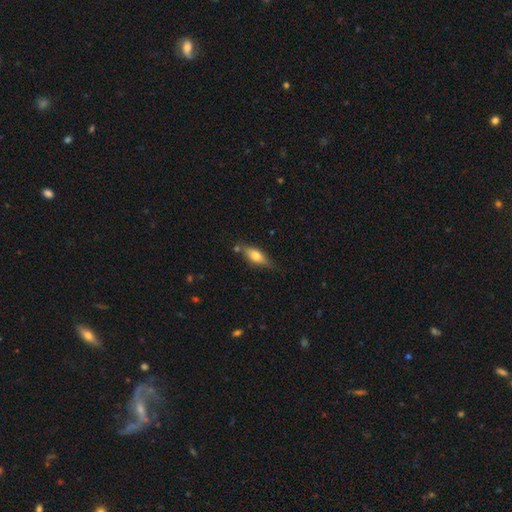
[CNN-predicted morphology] type=smooth (64%); roundness=in between (64%); merging=none (72%).